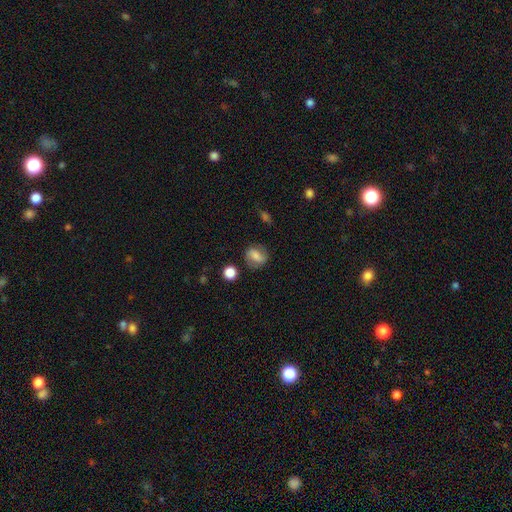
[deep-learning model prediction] Overall: smooth (53%; featured or disk 37%). How rounded: round (56%; in between 42%). Merging: none (76%).